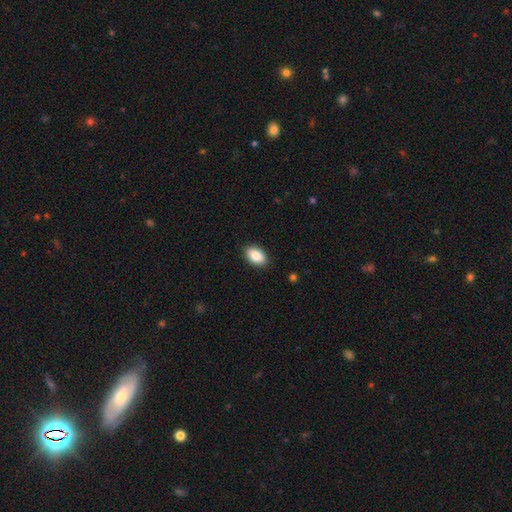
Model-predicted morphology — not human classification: Overall: smooth (88%). How rounded: in between (91%). Merging: none (90%).